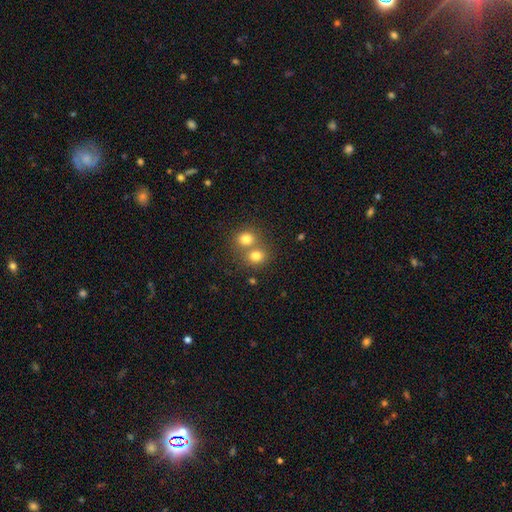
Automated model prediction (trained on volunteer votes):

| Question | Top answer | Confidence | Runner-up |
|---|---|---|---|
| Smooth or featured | smooth | 76% | star or artifact (13%) |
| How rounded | round | 74% | in between (25%) |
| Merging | merger | 50% | none (41%) |